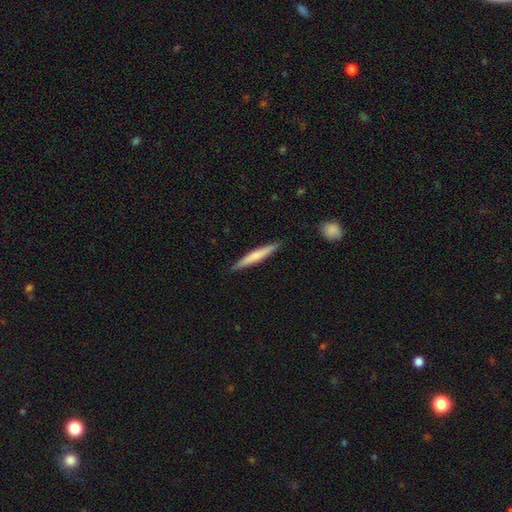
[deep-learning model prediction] A smooth galaxy with no disk features (59%) that is cigar-shaped (95%). Merging: none (89%).